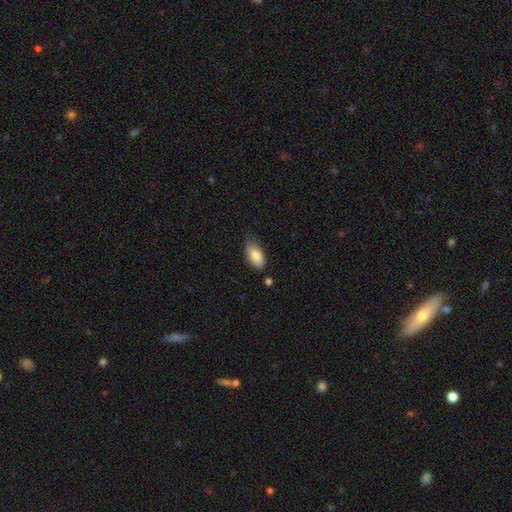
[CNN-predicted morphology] type=smooth (82%); roundness=in between (92%); merging=none (62%).